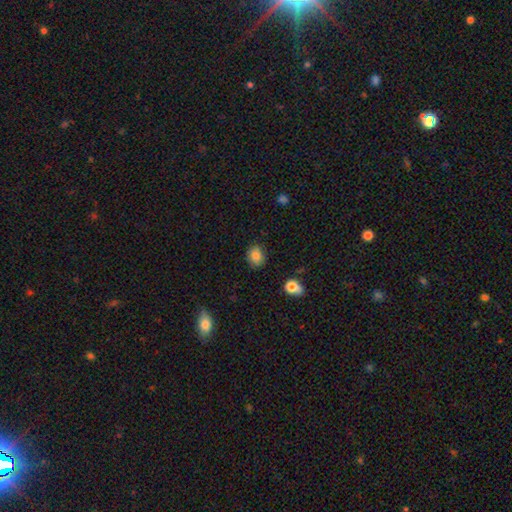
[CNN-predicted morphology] A smooth galaxy with no disk features (85%) that is round (58%).

Vote fractions:
- Smooth or featured? smooth: 85% / star or artifact: 10% / featured or disk: 5%
- How rounded? round: 58% / in between: 41% / cigar-shaped: 1%
- Merging? none: 82% / minor disturbance: 14% / major disturbance: 3% / merger: 2%